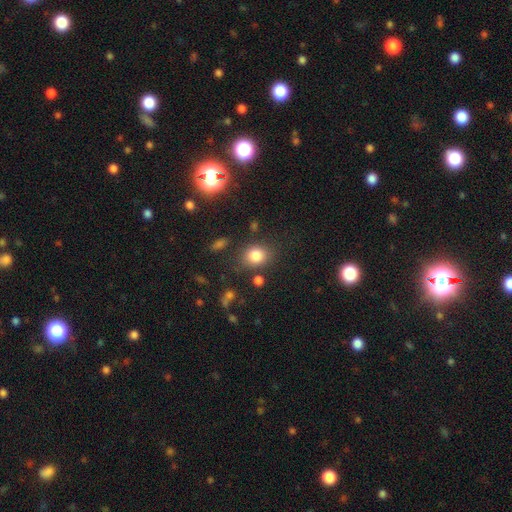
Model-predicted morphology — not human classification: type=smooth (81%); roundness=round (58%); merging=none (76%).